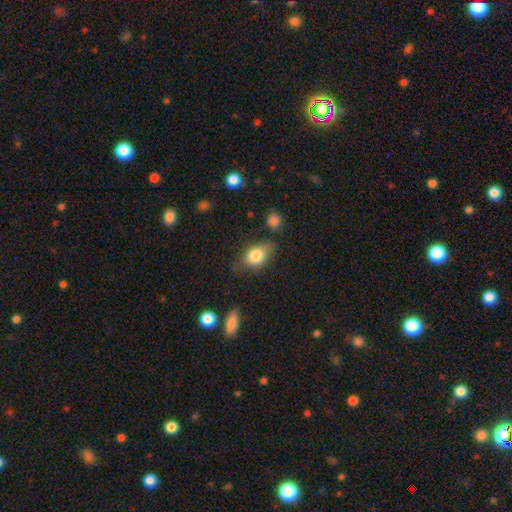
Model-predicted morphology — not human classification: Smooth or featured? Predicted: smooth (p=0.81). How rounded? Predicted: in between (p=0.77). Merging? Predicted: none (p=0.62).